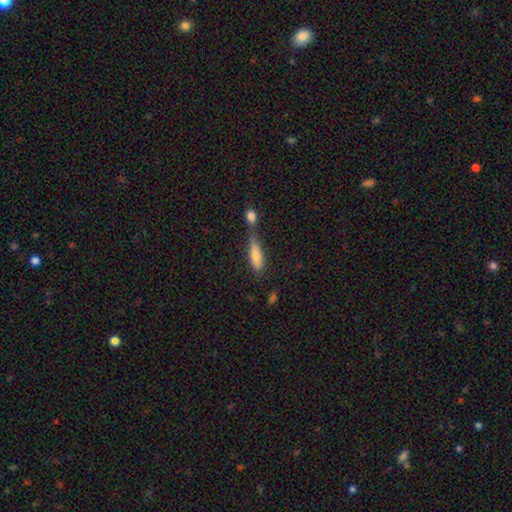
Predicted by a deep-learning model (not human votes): This is likely a smooth galaxy (70%). How rounded: likely cigar-shaped (63%). Merging: marginally none (44%).